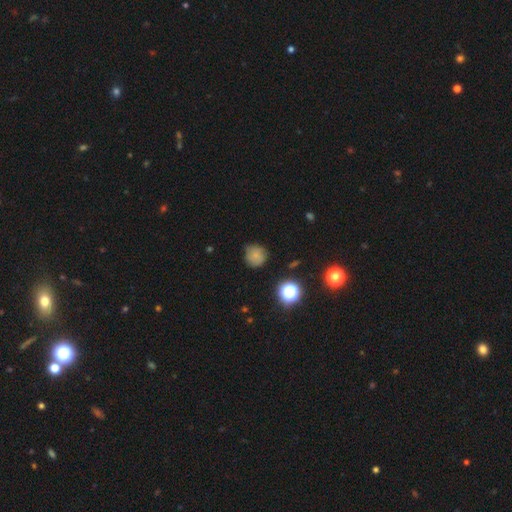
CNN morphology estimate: Smooth or featured?
  - smooth: 72% *
  - star or artifact: 16%
  - featured or disk: 12%
How rounded?
  - round: 91% *
  - in between: 8%
  - cigar-shaped: 1%
Merging?
  - none: 74% *
  - minor disturbance: 19%
  - major disturbance: 5%
  - merger: 2%